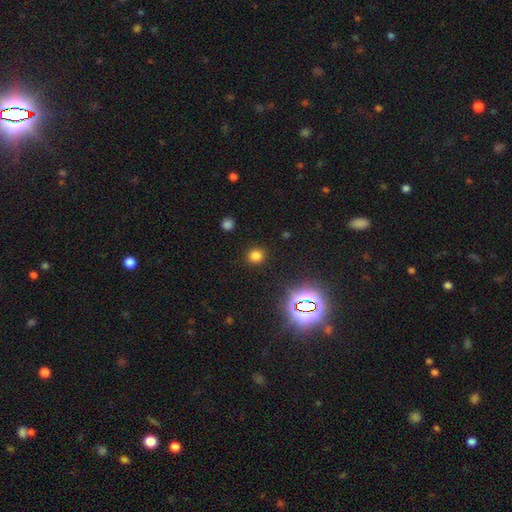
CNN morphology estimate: A smooth galaxy with no disk features (75%) that is round (86%). Merging: none (89%).